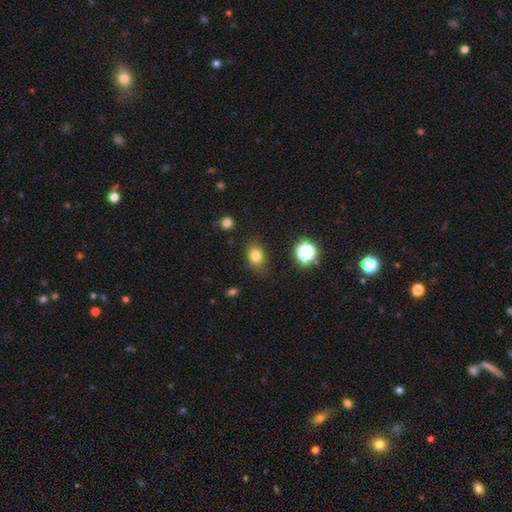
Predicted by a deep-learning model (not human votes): Smooth or featured? Predicted: smooth (p=0.79). How rounded? Predicted: in between (p=0.66). Merging? Predicted: none (p=0.81).